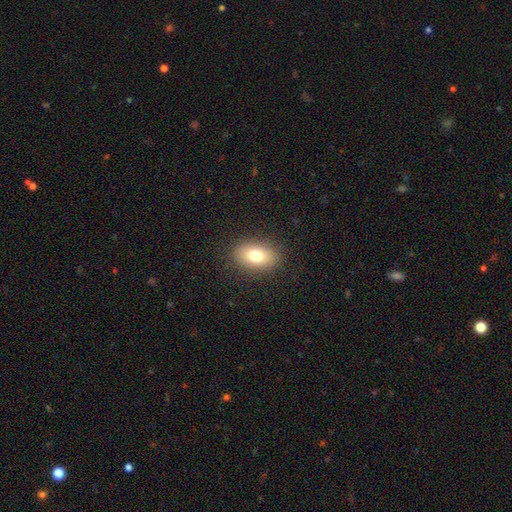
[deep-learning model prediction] Overall: smooth (77%). How rounded: in between (84%). Merging: none (88%).